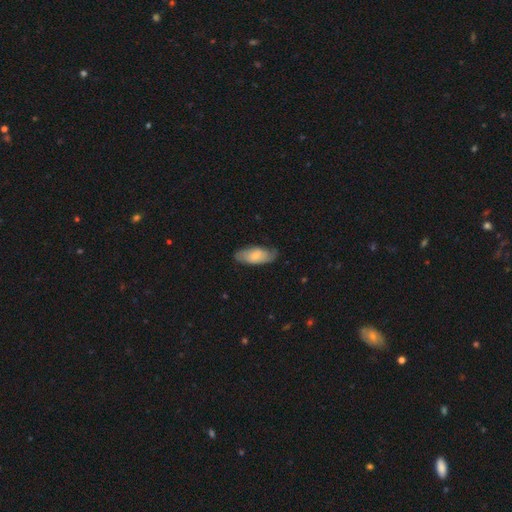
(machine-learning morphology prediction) smooth-or-featured: smooth: 51% | featured or disk: 43% | star or artifact: 6%
  how-rounded: in between: 86% | cigar-shaped: 11% | round: 3%
  merging: none: 66% | minor disturbance: 25% | major disturbance: 8% | merger: 1%